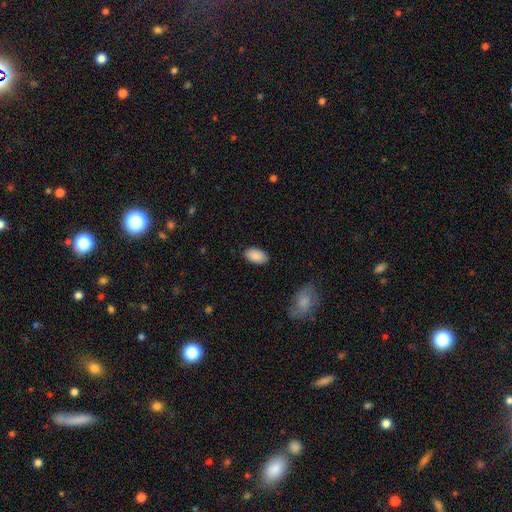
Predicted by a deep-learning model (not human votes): A smooth galaxy with no disk features (90%) that is in between round and cigar-shaped (94%). Merging: none (87%).